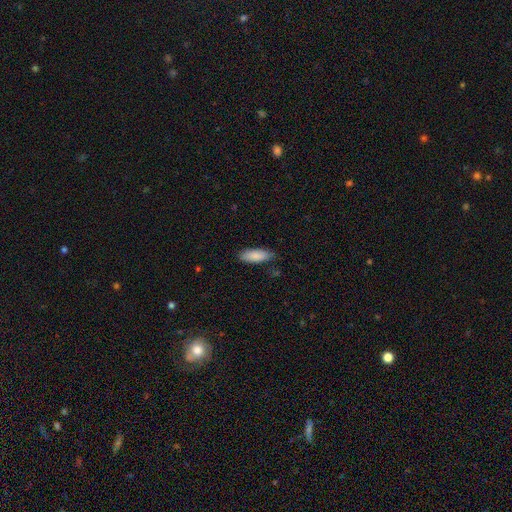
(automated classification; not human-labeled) Morphology: type=smooth (87%); roundness=in between (68%); merging=none (80%).